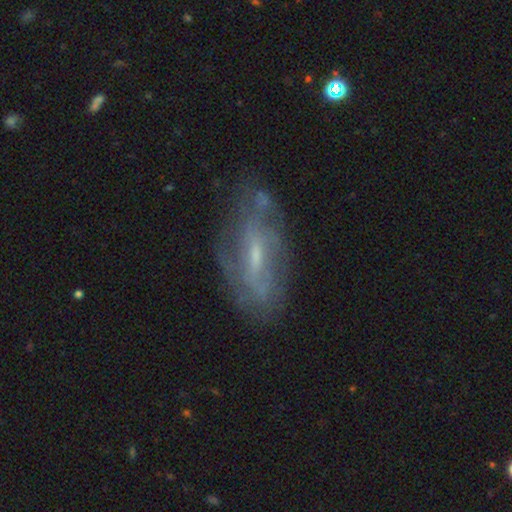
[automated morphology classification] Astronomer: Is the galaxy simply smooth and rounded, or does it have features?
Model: featured or disk — 70%.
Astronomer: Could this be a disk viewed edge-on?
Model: no — 82%.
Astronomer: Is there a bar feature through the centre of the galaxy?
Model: weak — 46% (runner-up: no, 32%).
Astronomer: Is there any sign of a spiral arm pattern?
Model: yes — 64%.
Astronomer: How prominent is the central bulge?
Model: small — 62%.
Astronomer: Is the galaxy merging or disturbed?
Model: none — 66%.